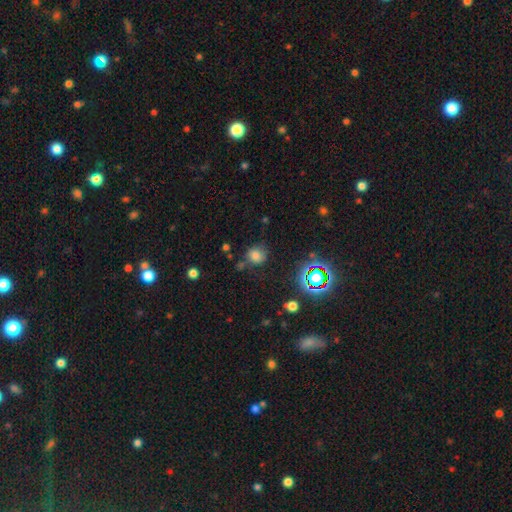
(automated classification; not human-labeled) Q: Smooth or featured?
A: smooth (71%); runner-up: star or artifact (21%)
Q: How rounded?
A: round (83%); runner-up: in between (16%)
Q: Merging?
A: none (68%); runner-up: minor disturbance (18%)